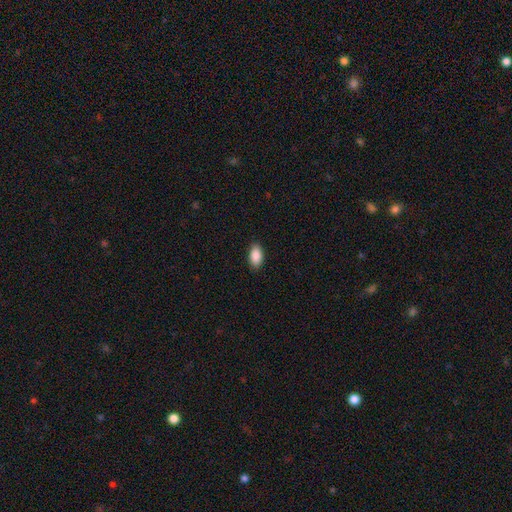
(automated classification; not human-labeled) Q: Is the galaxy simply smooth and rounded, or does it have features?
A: smooth — 89%.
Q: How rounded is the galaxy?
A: in between — 94%.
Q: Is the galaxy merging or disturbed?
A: none — 89%.